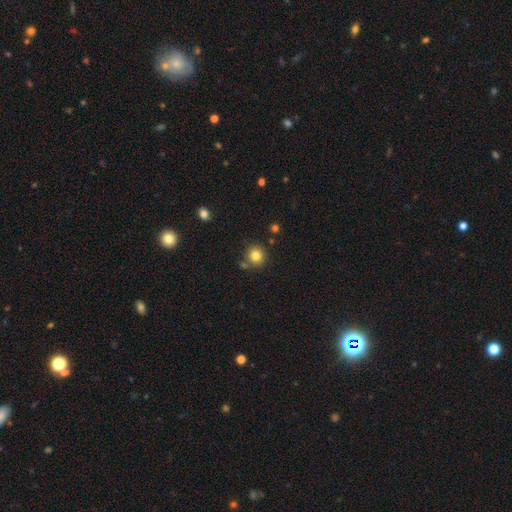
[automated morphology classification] type=smooth (82%); roundness=round (92%); merging=none (80%).